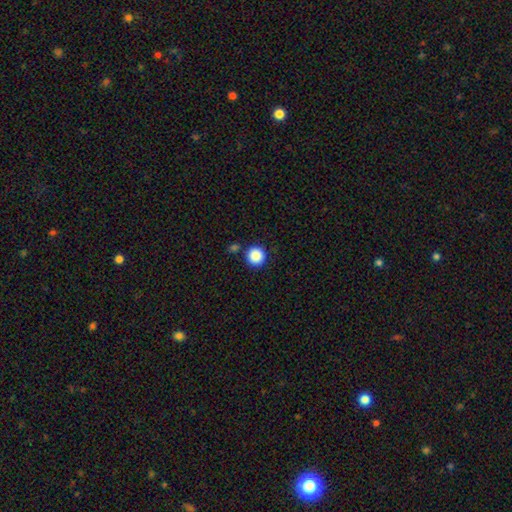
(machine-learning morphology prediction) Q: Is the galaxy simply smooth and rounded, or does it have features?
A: smooth — 88%.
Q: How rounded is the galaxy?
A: round — 95%.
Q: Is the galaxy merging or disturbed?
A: none — 84%.